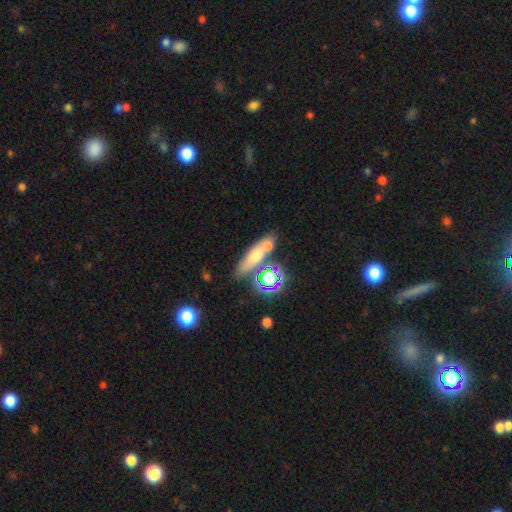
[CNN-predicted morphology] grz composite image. It shows a smooth galaxy with no disk features (55%) that is cigar-shaped (43%). Merging: none (59%).